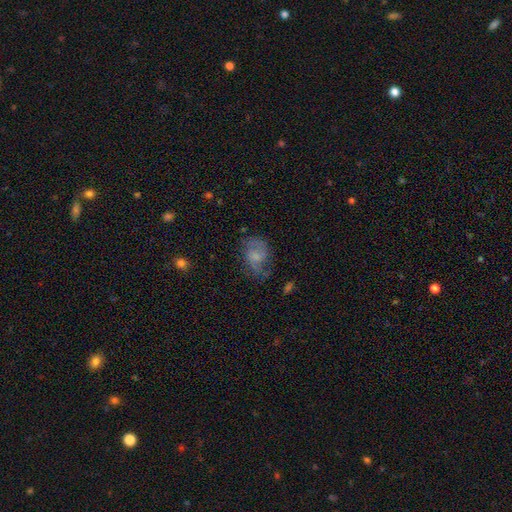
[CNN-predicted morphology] Smooth or featured?
  - featured or disk: 57% *
  - smooth: 33%
  - star or artifact: 10%
Edge-on disk?
  - no: 97% *
  - yes: 3%
Bar?
  - no: 53% *
  - weak: 39%
  - strong: 7%
Spiral arms?
  - yes: 82% *
  - no: 18%
Bulge size?
  - small: 39% *
  - moderate: 29%
  - none: 25%
  - large: 6%
  - dominant: 2%
Merging?
  - none: 58% *
  - minor disturbance: 24%
  - major disturbance: 17%
  - merger: 2%